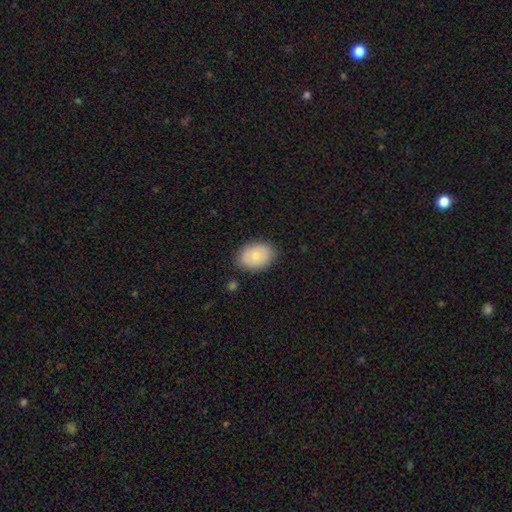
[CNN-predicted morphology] smooth-or-featured: smooth: 75% | featured or disk: 19% | star or artifact: 7%
  how-rounded: in between: 77% | round: 22% | cigar-shaped: 1%
  merging: none: 82% | minor disturbance: 13% | major disturbance: 3% | merger: 1%